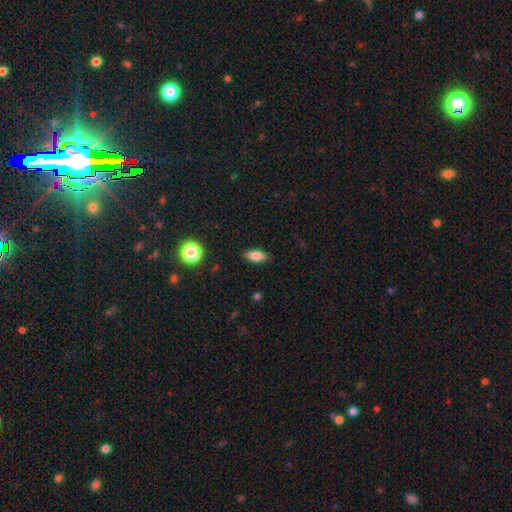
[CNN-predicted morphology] Smooth or featured? Predicted: smooth (p=0.82). How rounded? Predicted: in between (p=0.86). Merging? Predicted: none (p=0.88).